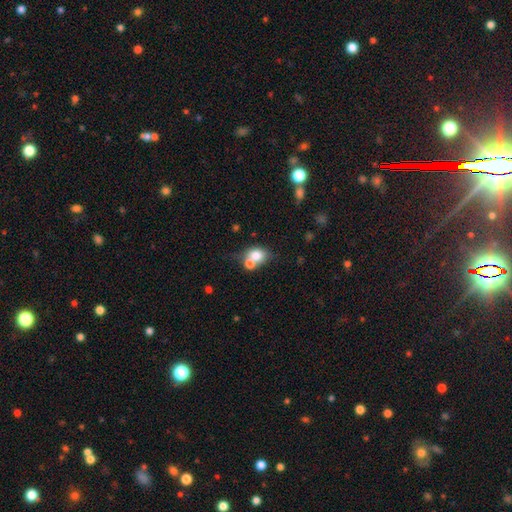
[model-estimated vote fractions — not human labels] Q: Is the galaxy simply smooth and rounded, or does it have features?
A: smooth — 75%.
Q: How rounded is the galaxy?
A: in between — 53%.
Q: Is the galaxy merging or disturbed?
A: merger — 48%.